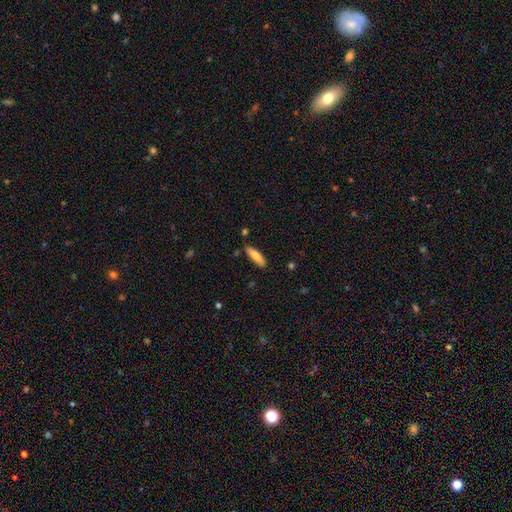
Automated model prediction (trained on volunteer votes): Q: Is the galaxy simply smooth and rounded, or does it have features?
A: smooth — 76%.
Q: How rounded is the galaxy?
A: cigar-shaped — 65%.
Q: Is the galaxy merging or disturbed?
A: none — 82%.